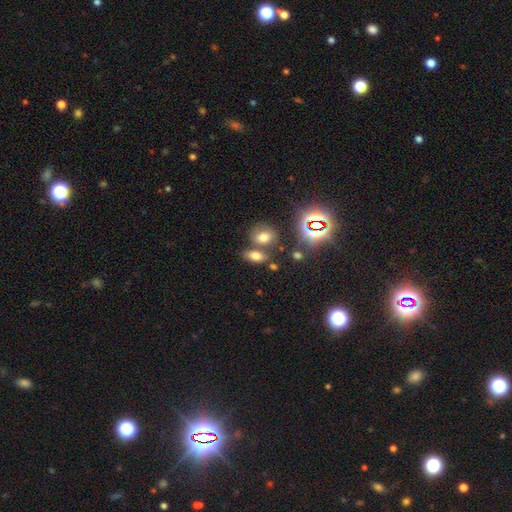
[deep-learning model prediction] A smooth galaxy with no disk features (67%) that is in between round and cigar-shaped (82%).

Vote fractions:
- Smooth or featured? smooth: 67% / star or artifact: 21% / featured or disk: 12%
- How rounded? in between: 82% / round: 13% / cigar-shaped: 5%
- Merging? none: 57% / merger: 28% / minor disturbance: 11% / major disturbance: 5%